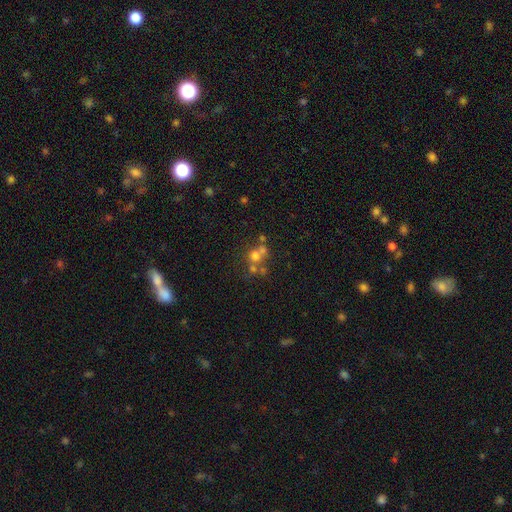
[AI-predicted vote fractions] This is possibly a smooth galaxy (55%). How rounded: clearly round (85%). Merging: marginally none (43%, tied with merger).